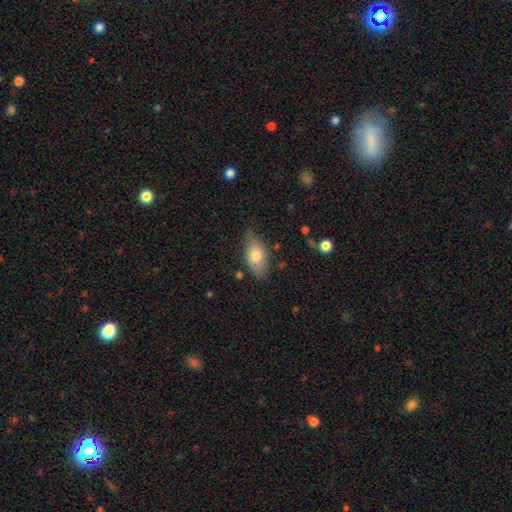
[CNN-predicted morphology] A smooth galaxy with no disk features (73%) that is in between round and cigar-shaped (89%).

Vote fractions:
- Smooth or featured? smooth: 73% / featured or disk: 20% / star or artifact: 7%
- How rounded? in between: 89% / cigar-shaped: 7% / round: 4%
- Merging? none: 68% / minor disturbance: 25% / major disturbance: 5% / merger: 2%